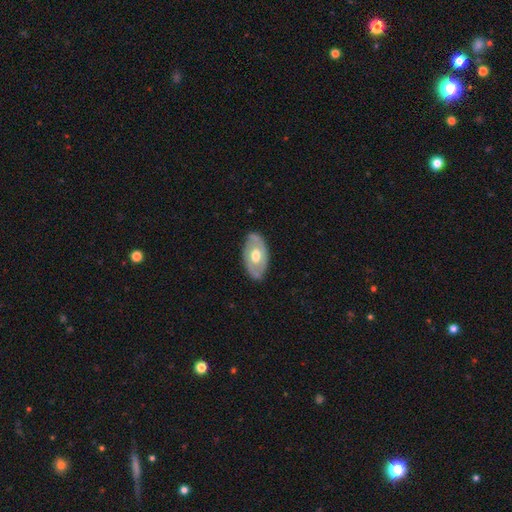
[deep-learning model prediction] A featured or disk galaxy (60%) with no bar (74%), no spiral arms (61%) and a moderate central bulge (69%). Merging: none (77%).